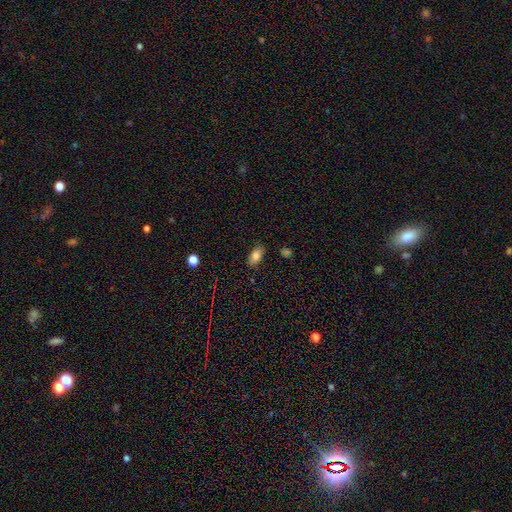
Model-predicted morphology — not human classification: Smooth or featured: smooth — 81% (star or artifact — 9%)
How rounded: in between — 90% (round — 7%)
Merging: none — 82% (minor disturbance — 14%)